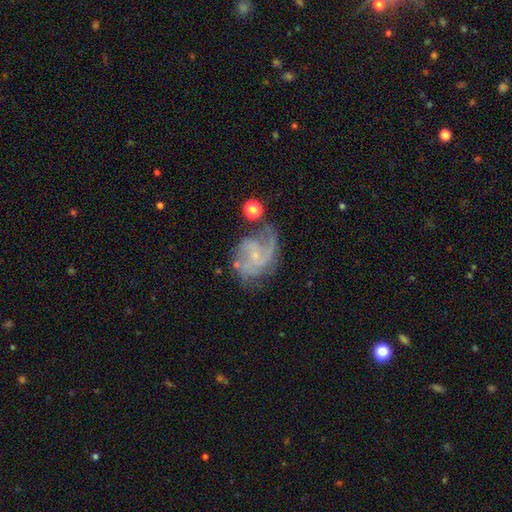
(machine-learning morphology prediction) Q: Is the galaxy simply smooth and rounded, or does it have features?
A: featured or disk — 86%.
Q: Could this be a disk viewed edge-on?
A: no — 98%.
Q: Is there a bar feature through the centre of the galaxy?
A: no — 55%.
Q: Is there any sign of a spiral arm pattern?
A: yes — 95%.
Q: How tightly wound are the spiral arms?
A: medium — 49%.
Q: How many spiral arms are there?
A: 2 — 51%.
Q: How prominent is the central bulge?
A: small — 79%.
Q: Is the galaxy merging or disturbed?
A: none — 55%.